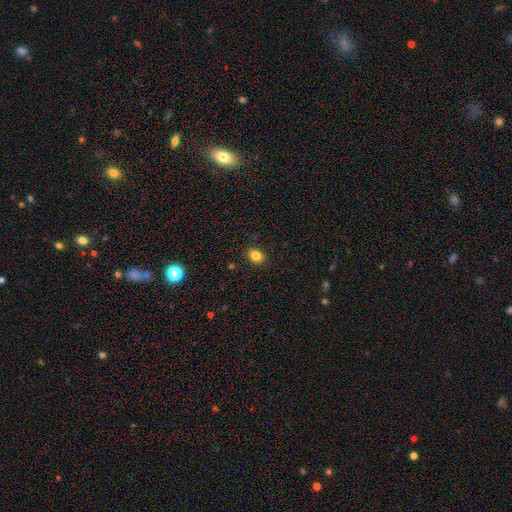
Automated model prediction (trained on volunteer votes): This is clearly a smooth galaxy (84%). How rounded: likely in between (62%). Merging: clearly none (89%).